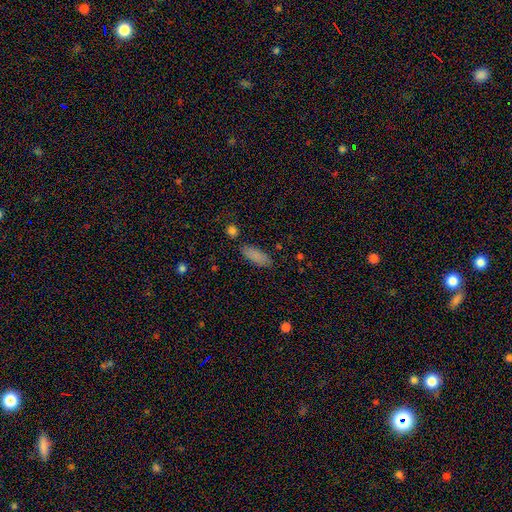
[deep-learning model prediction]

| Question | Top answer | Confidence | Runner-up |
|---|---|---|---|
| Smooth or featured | smooth | 85% | star or artifact (9%) |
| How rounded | in between | 73% | cigar-shaped (25%) |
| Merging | none | 79% | minor disturbance (14%) |